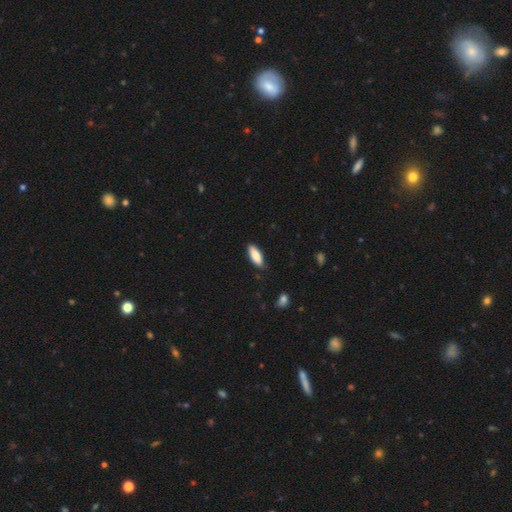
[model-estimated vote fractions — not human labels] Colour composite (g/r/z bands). It shows a smooth galaxy with no disk features (83%) that is in between round and cigar-shaped (64%). Merging: none (85%).